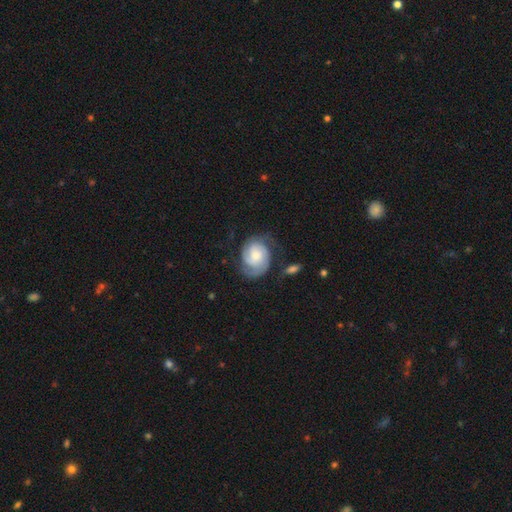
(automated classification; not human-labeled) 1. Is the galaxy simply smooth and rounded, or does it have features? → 75% featured or disk, 19% smooth, 6% star or artifact.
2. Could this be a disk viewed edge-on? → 98% no, 2% yes.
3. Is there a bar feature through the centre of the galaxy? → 66% no, 29% weak, 5% strong.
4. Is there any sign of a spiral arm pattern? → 95% yes, 5% no.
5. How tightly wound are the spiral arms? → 54% tight, 35% medium, 11% loose.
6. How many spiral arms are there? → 57% 2, 17% can't tell, 14% 3, 8% 1, 3% 4, 3% more than 4.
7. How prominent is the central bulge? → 43% moderate, 38% small, 11% large, 6% none, 2% dominant.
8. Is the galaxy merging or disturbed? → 61% none, 22% minor disturbance, 14% major disturbance, 3% merger.